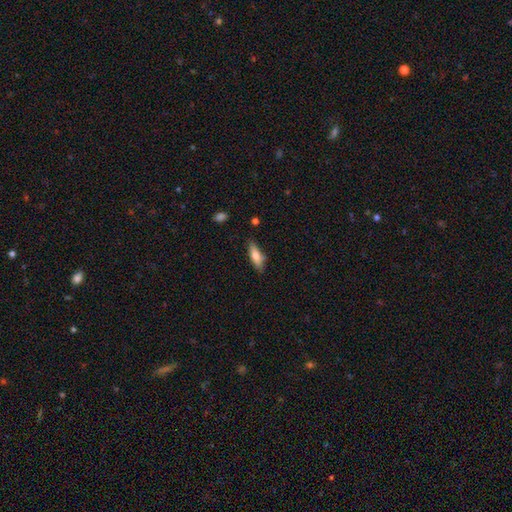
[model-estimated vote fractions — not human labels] This is likely a smooth galaxy (71%). How rounded: possibly cigar-shaped (51%). Merging: likely none (78%).